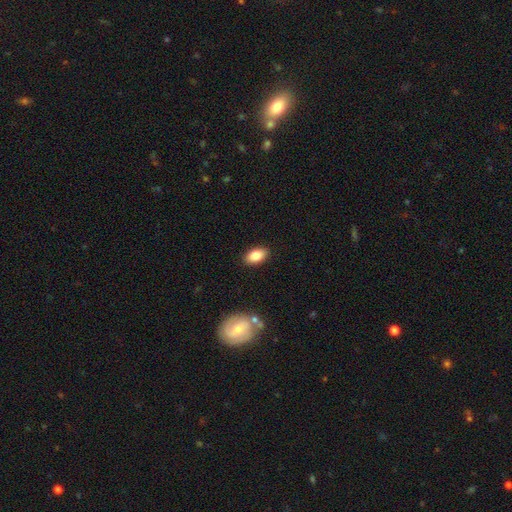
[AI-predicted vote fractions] Overall: smooth (84%). How rounded: in between (92%). Merging: none (88%).